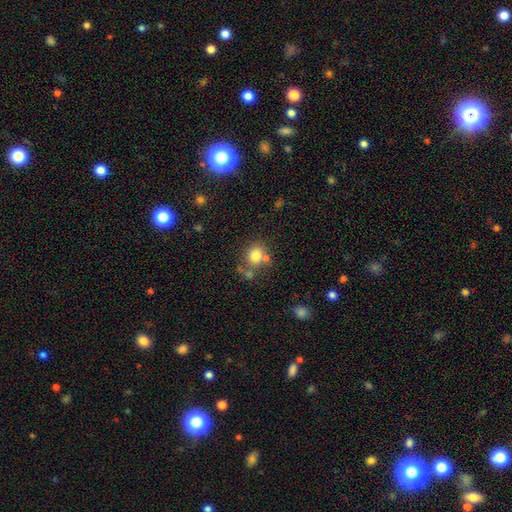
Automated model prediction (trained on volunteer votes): smooth 77%, star or artifact 12%, featured or disk 11%. Down the decision tree: how rounded — round (73%); merging — none (57%).